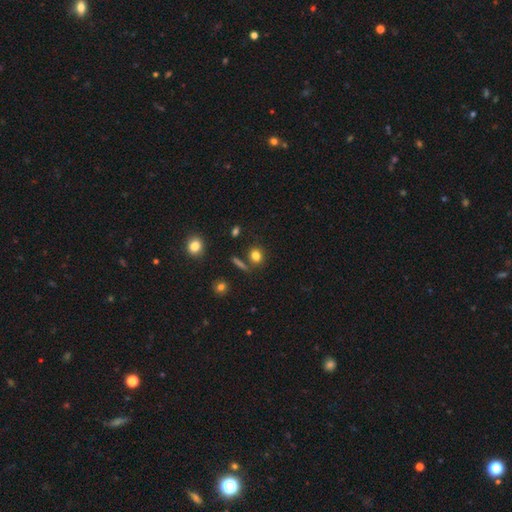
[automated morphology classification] Overall: smooth (80%). How rounded: round (64%; in between 33%). Merging: none (76%).